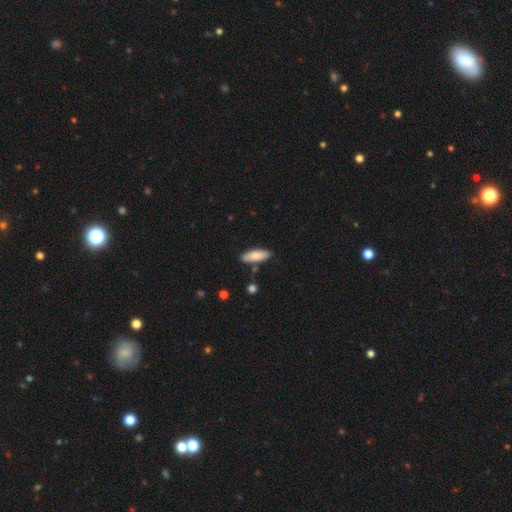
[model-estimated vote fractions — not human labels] smooth 83%, featured or disk 12%, star or artifact 6%. Down the decision tree: how rounded — in between (60%); merging — none (82%).